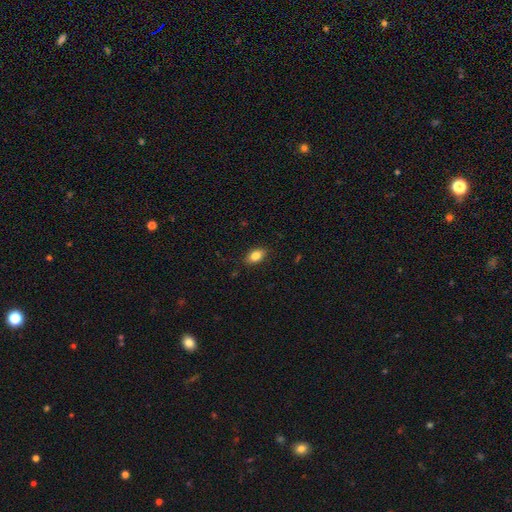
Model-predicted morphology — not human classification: Smooth or featured?
  - smooth: 83% *
  - featured or disk: 9%
  - star or artifact: 8%
How rounded?
  - in between: 88% *
  - round: 9%
  - cigar-shaped: 3%
Merging?
  - none: 86% *
  - minor disturbance: 10%
  - major disturbance: 2%
  - merger: 1%